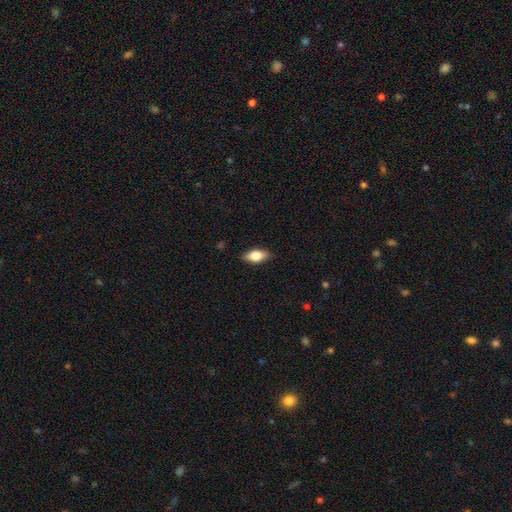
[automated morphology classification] A smooth galaxy with no disk features (71%) that is in between round and cigar-shaped (85%).

Vote fractions:
- Smooth or featured? smooth: 71% / featured or disk: 22% / star or artifact: 7%
- How rounded? in between: 85% / cigar-shaped: 10% / round: 5%
- Merging? none: 86% / minor disturbance: 11% / major disturbance: 2% / merger: 1%